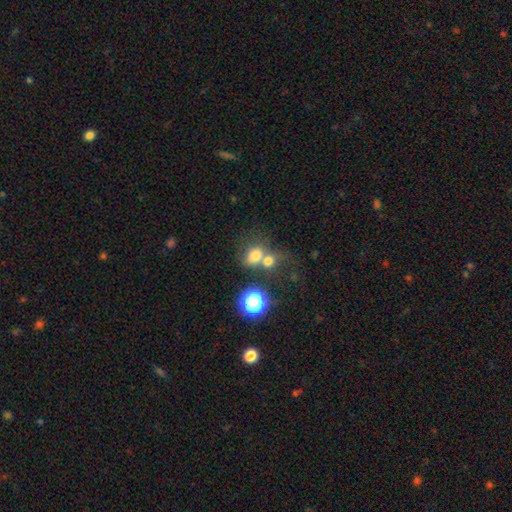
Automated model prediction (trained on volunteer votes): A smooth galaxy with no disk features (72%) that is round (51%). Merging: merger (45%).